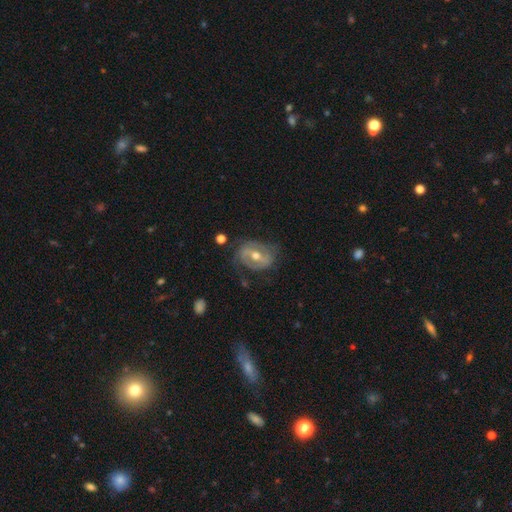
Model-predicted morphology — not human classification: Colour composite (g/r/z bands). It shows a featured or disk galaxy (72%) with a strong bar (42%), spiral arms (64%) and a moderate central bulge (74%). Merging: none (62%).